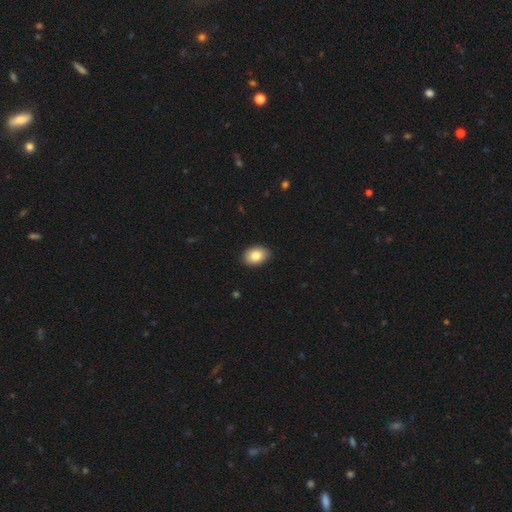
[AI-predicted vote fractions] Smooth or featured? smooth (84%)
How rounded? in between (82%)
Merging? none (89%)